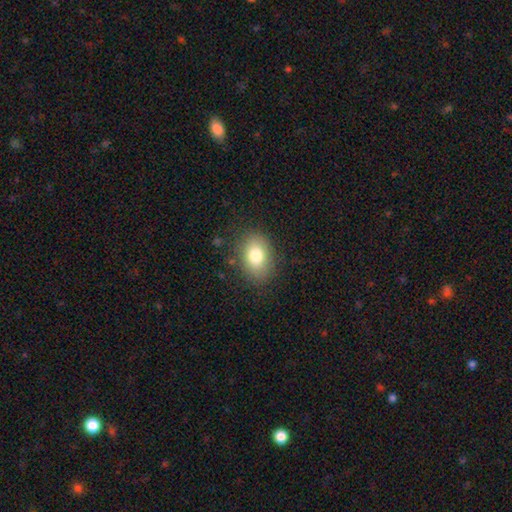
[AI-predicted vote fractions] Smooth or featured: smooth — 80% (featured or disk — 11%)
How rounded: in between — 74% (round — 25%)
Merging: none — 84% (minor disturbance — 11%)